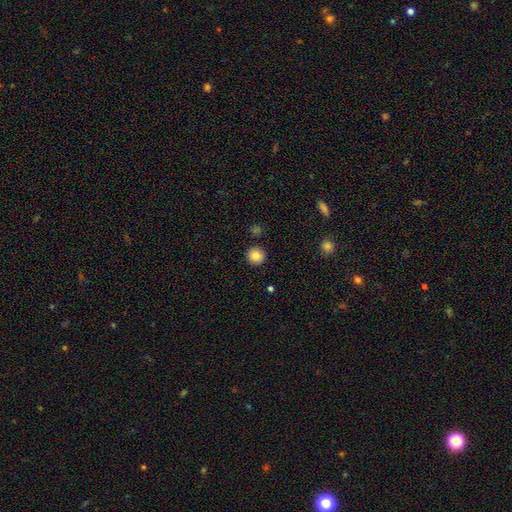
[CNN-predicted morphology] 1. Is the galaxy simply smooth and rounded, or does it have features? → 86% smooth, 9% star or artifact, 5% featured or disk.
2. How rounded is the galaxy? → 94% round, 5% in between, 1% cigar-shaped.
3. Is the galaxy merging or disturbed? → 91% none, 5% minor disturbance, 2% merger, 2% major disturbance.